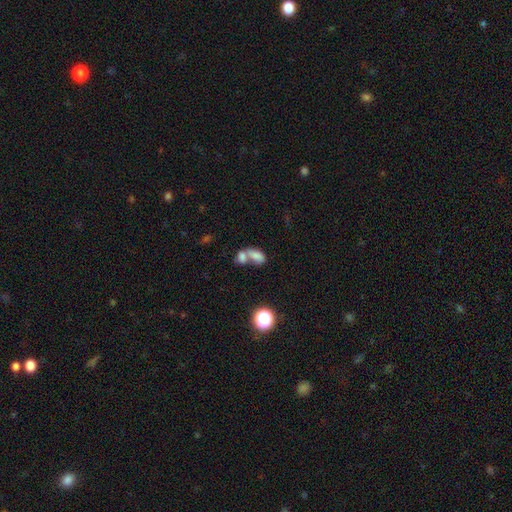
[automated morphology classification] This appears to be a smooth galaxy with no disk features (75%) that is in between round and cigar-shaped (88%). Merging: merger (71%).